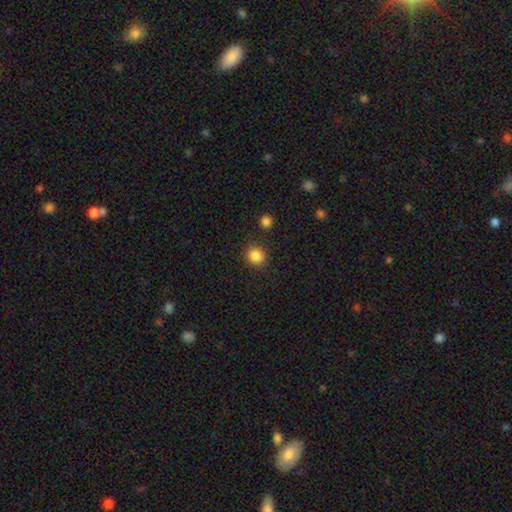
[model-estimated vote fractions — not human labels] smooth_or_featured: smooth (p=0.86) [alt: star or artifact p=0.10]
how_rounded: round (p=0.79) [alt: in between p=0.20]
merging: none (p=0.85) [alt: minor disturbance p=0.09]